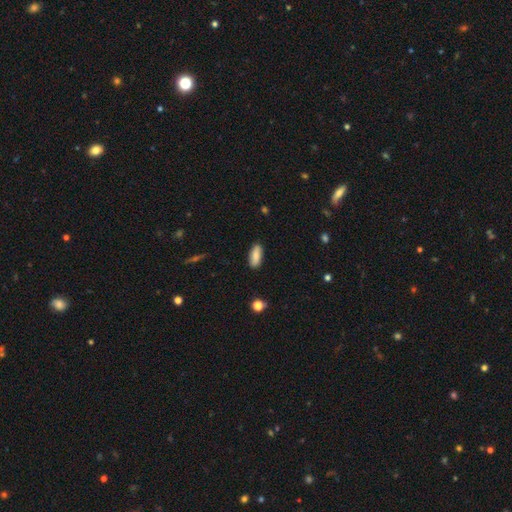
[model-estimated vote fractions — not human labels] smooth 82%, featured or disk 11%, star or artifact 7%. Down the decision tree: how rounded — in between (76%); merging — none (88%).